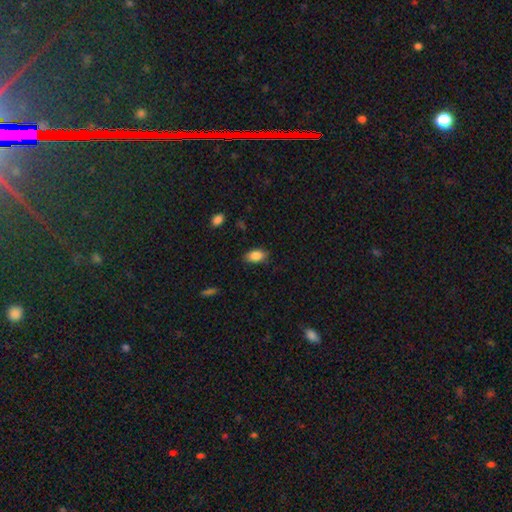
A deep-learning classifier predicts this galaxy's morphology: smooth 86%, star or artifact 8%, featured or disk 7%. Down the decision tree: how rounded — in between (90%); merging — none (82%).